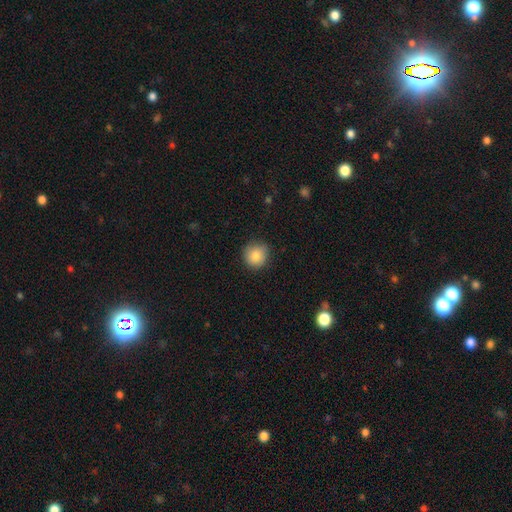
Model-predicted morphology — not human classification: Smooth or featured: smooth — 82% (star or artifact — 9%)
How rounded: round — 91% (in between — 8%)
Merging: none — 84% (minor disturbance — 12%)